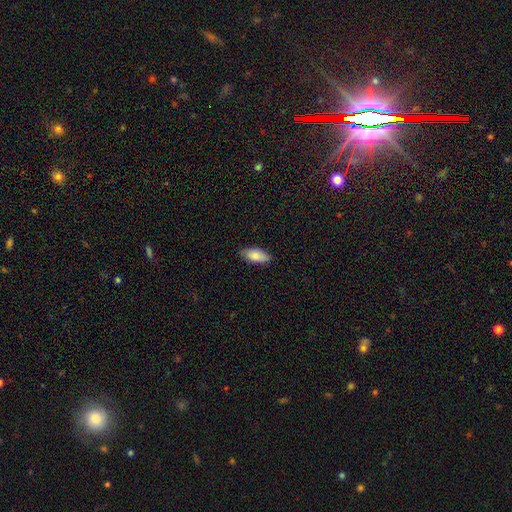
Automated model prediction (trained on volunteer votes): Smooth or featured?
  - smooth: 83% *
  - featured or disk: 11%
  - star or artifact: 6%
How rounded?
  - in between: 87% *
  - cigar-shaped: 11%
  - round: 2%
Merging?
  - none: 83% *
  - minor disturbance: 14%
  - major disturbance: 2%
  - merger: 1%